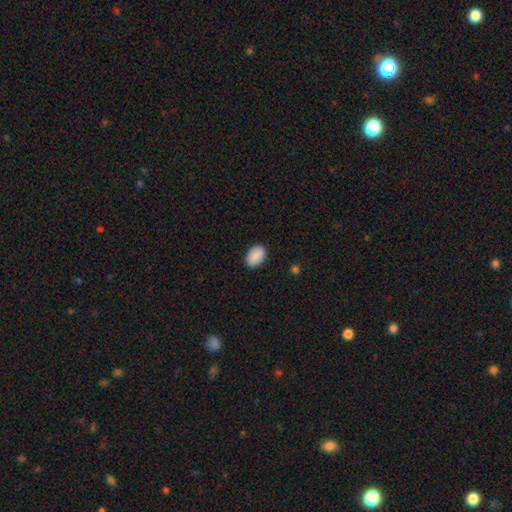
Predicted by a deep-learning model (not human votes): Q: Smooth or featured?
A: smooth (90%); runner-up: star or artifact (7%)
Q: How rounded?
A: in between (86%); runner-up: round (13%)
Q: Merging?
A: none (88%); runner-up: minor disturbance (9%)